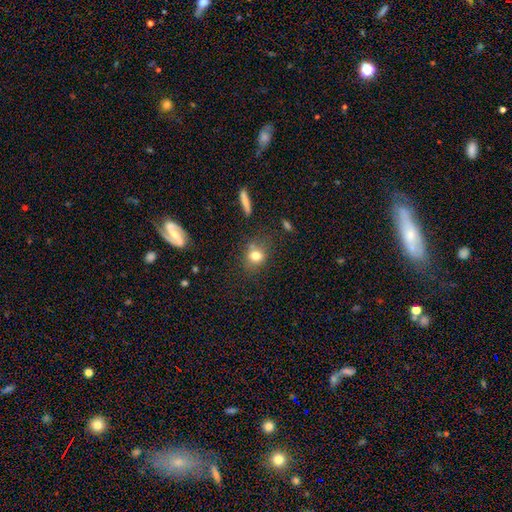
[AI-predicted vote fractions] Morphology: type=smooth (76%); roundness=round (61%); merging=none (68%).